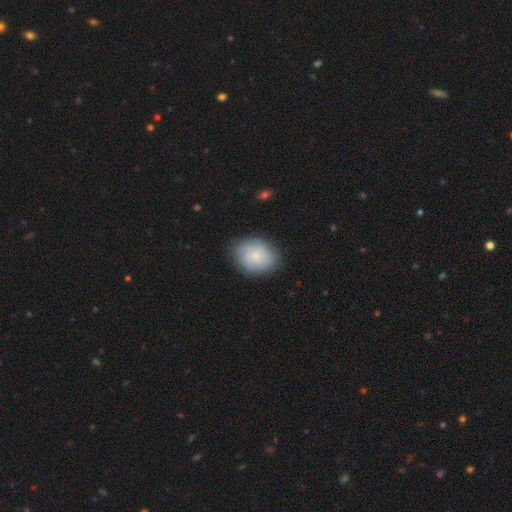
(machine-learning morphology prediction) smooth-or-featured: smooth: 64% | featured or disk: 28% | star or artifact: 8%
  how-rounded: in between: 57% | round: 42% | cigar-shaped: 1%
  merging: none: 78% | minor disturbance: 16% | major disturbance: 5% | merger: 1%